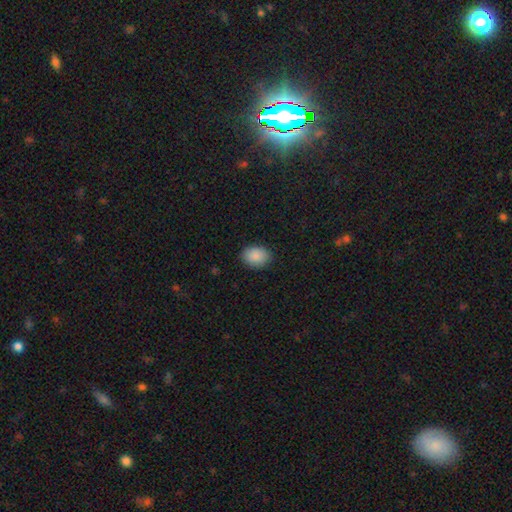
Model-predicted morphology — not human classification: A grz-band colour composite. It shows a smooth galaxy with no disk features (89%) that is in between round and cigar-shaped (68%). Merging: none (87%).